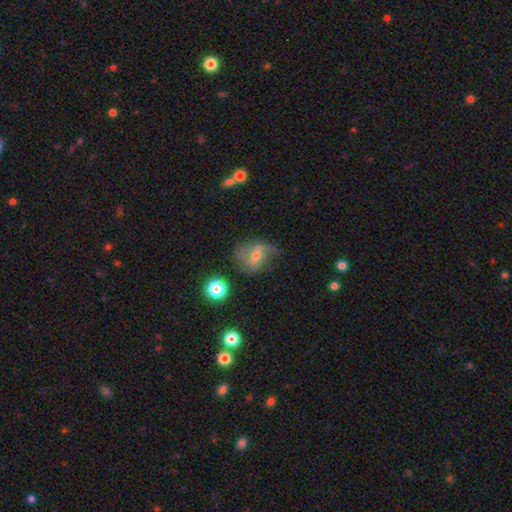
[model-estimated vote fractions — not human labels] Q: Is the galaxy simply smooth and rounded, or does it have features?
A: featured or disk — 56%.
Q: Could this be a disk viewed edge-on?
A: no — 94%.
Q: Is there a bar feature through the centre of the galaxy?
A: weak — 43%.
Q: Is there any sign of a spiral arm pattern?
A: yes — 75%.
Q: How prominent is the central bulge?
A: small — 48%.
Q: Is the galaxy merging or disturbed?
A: none — 51%.